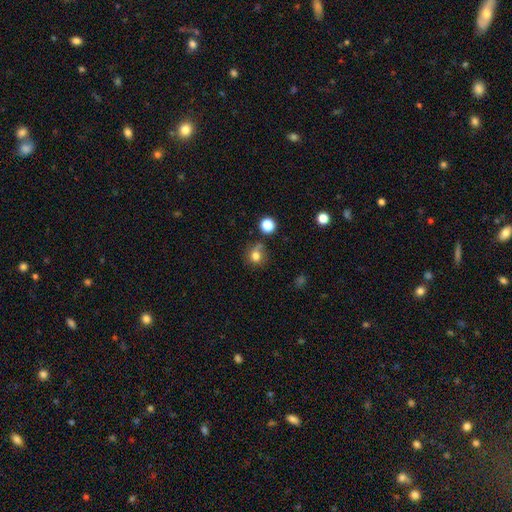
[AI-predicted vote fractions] Morphology: type=smooth (76%); roundness=round (82%); merging=none (56%).